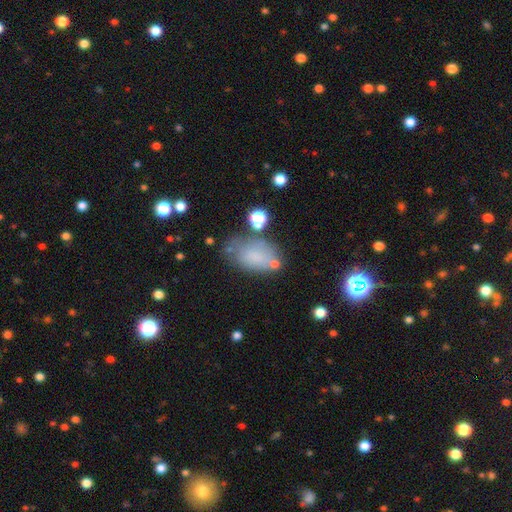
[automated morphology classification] Smooth or featured? Predicted: smooth (p=0.72). How rounded? Predicted: in between (p=0.89). Merging? Predicted: none (p=0.53).